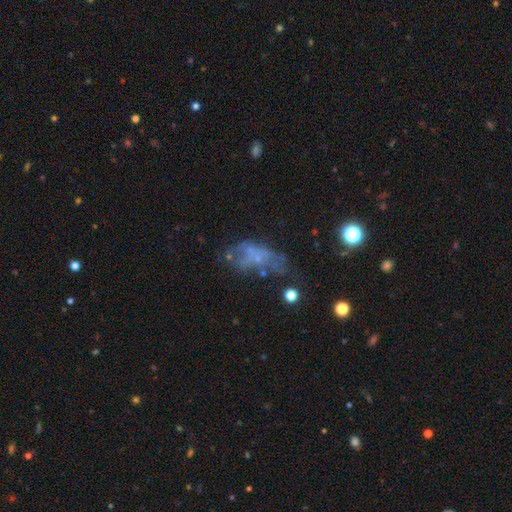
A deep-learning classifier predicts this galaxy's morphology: This appears to be a featured or disk galaxy (45%). Merging: none (34%).